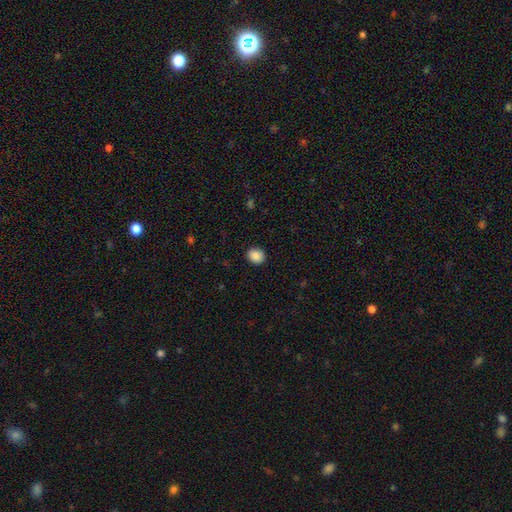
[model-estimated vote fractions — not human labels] The model was most divided on "how rounded": round: 74%, in between: 26%, cigar-shaped: 1%. More confident: merging — none (91%); smooth or featured — smooth (89%).